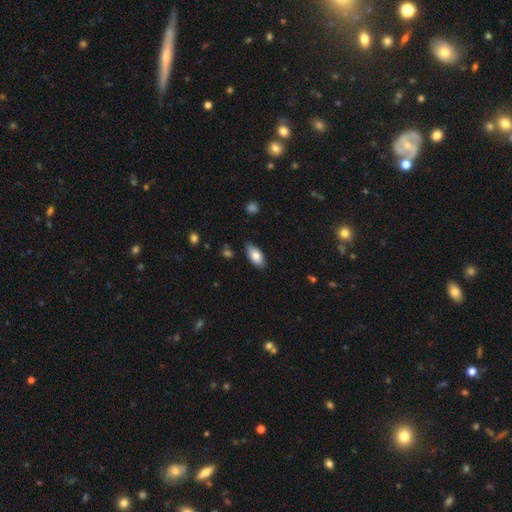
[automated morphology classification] A smooth galaxy with no disk features (80%) that is in between round and cigar-shaped (92%).

Vote fractions:
- Smooth or featured? smooth: 80% / featured or disk: 13% / star or artifact: 7%
- How rounded? in between: 92% / cigar-shaped: 5% / round: 3%
- Merging? none: 80% / minor disturbance: 16% / major disturbance: 2% / merger: 1%